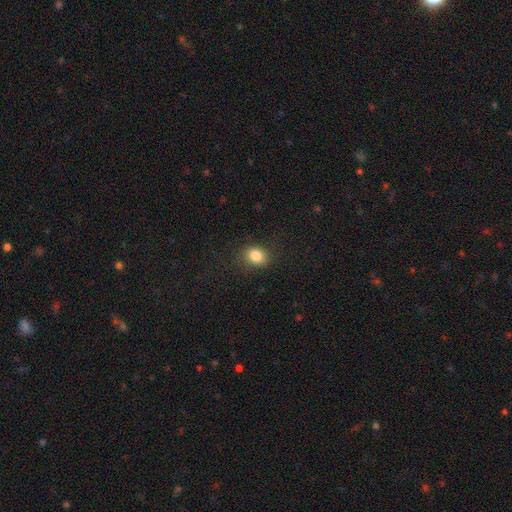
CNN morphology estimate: smooth-or-featured: smooth: 84% | star or artifact: 10% | featured or disk: 6%
  how-rounded: round: 54% | in between: 45% | cigar-shaped: 1%
  merging: none: 82% | minor disturbance: 13% | major disturbance: 5% | merger: 1%